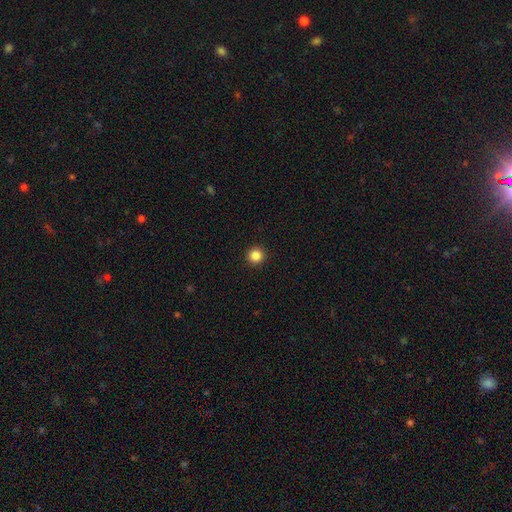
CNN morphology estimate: type=smooth (86%); roundness=round (96%); merging=none (93%).